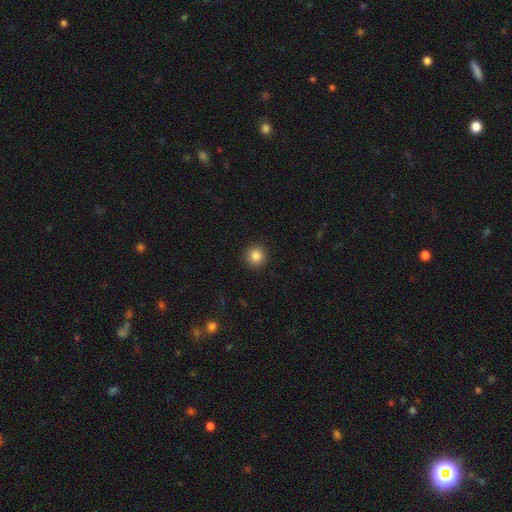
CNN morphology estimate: Smooth or featured? smooth (85%)
How rounded? round (94%)
Merging? none (92%)